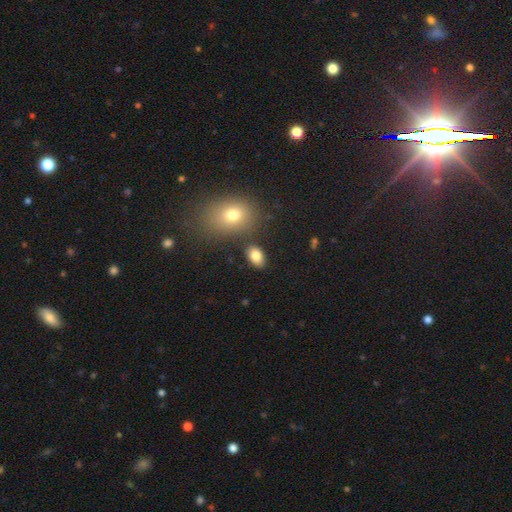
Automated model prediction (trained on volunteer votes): smooth_or_featured: smooth (p=0.83) [alt: star or artifact p=0.09]
how_rounded: in between (p=0.86) [alt: round p=0.13]
merging: none (p=0.81) [alt: minor disturbance p=0.10]